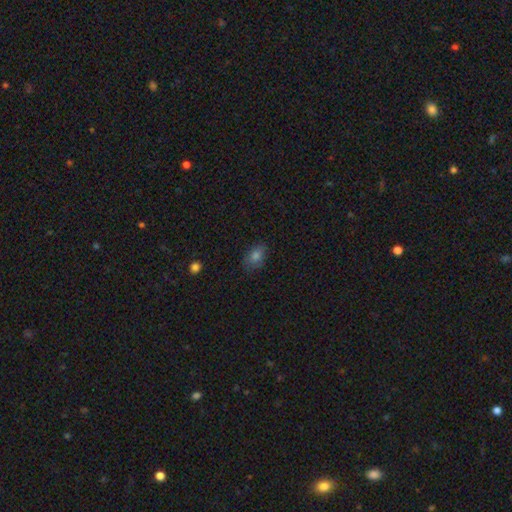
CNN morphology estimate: Smooth or featured: smooth — 74% (star or artifact — 15%)
How rounded: in between — 76% (round — 22%)
Merging: none — 78% (minor disturbance — 17%)